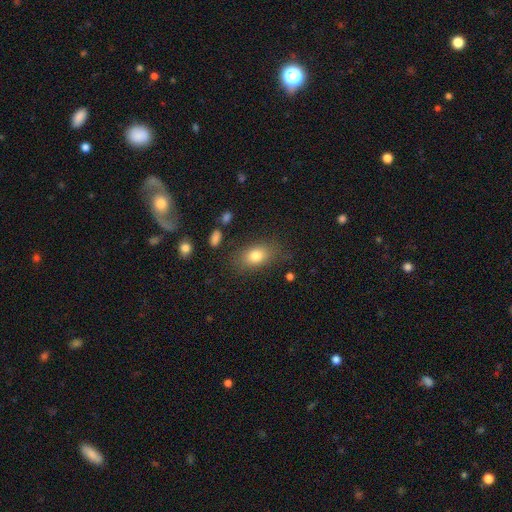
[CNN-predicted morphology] A smooth galaxy with no disk features (80%) that is in between round and cigar-shaped (83%). Merging: none (77%).